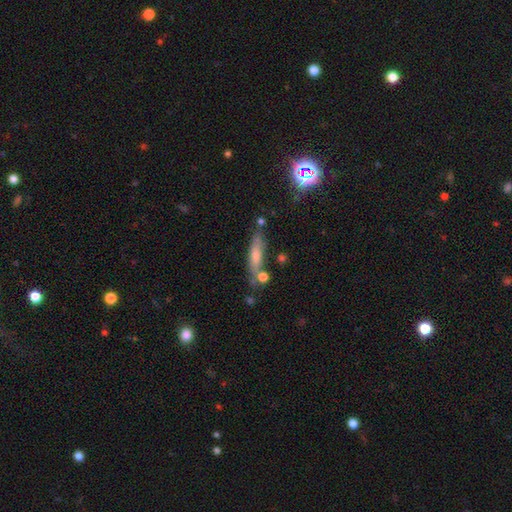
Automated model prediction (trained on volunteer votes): Smooth or featured: smooth — 52% (featured or disk — 34%)
How rounded: cigar-shaped — 77% (in between — 19%)
Merging: none — 71% (minor disturbance — 16%)